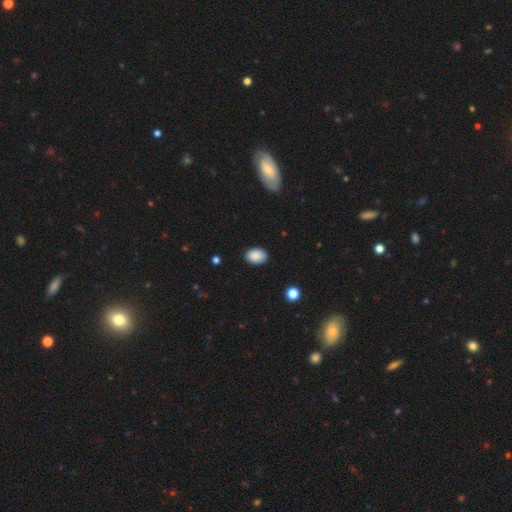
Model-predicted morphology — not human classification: A smooth galaxy with no disk features (88%) that is in between round and cigar-shaped (77%). Merging: none (88%).